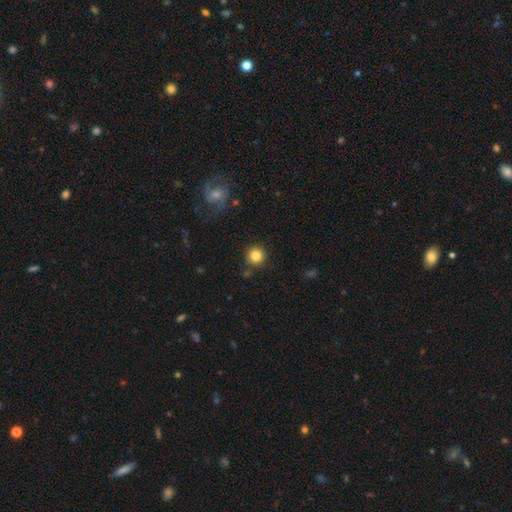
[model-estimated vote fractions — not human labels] A smooth galaxy with no disk features (84%) that is round (94%).

Vote fractions:
- Smooth or featured? smooth: 84% / star or artifact: 11% / featured or disk: 6%
- How rounded? round: 94% / in between: 5% / cigar-shaped: 1%
- Merging? none: 87% / minor disturbance: 7% / merger: 3% / major disturbance: 2%